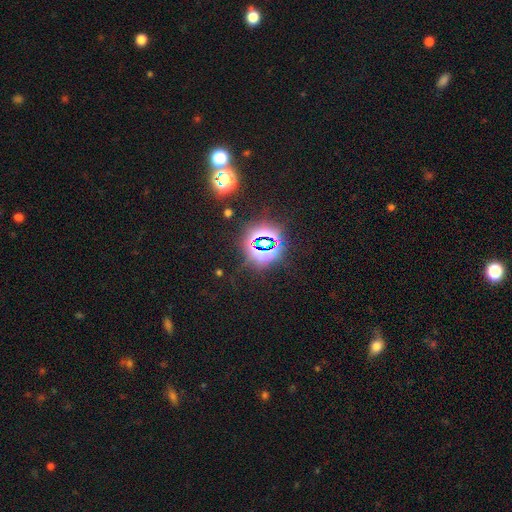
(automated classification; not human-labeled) This is likely a star or artifact rather than a galaxy (79%).